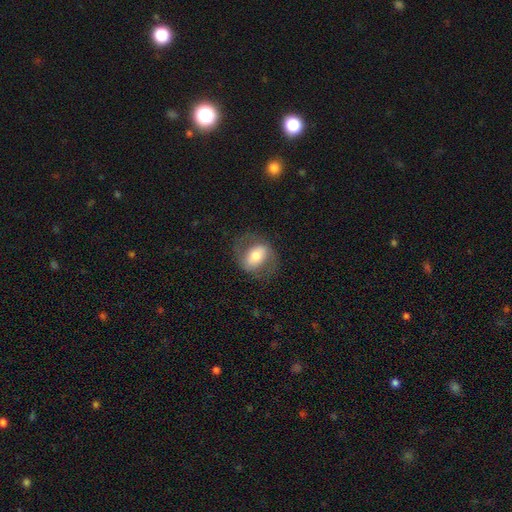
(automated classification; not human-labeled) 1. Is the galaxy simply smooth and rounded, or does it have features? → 51% featured or disk, 42% smooth, 7% star or artifact.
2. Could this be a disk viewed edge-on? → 94% no, 6% yes.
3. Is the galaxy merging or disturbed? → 72% none, 15% minor disturbance, 12% major disturbance, 1% merger.